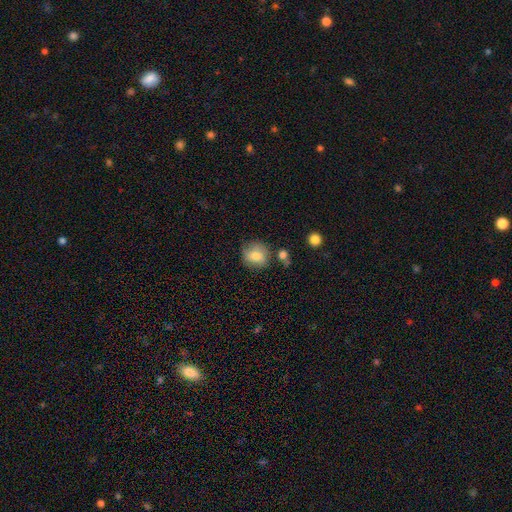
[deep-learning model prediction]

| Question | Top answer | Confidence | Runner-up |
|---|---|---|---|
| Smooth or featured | smooth | 77% | featured or disk (15%) |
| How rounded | round | 84% | in between (15%) |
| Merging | none | 72% | minor disturbance (17%) |